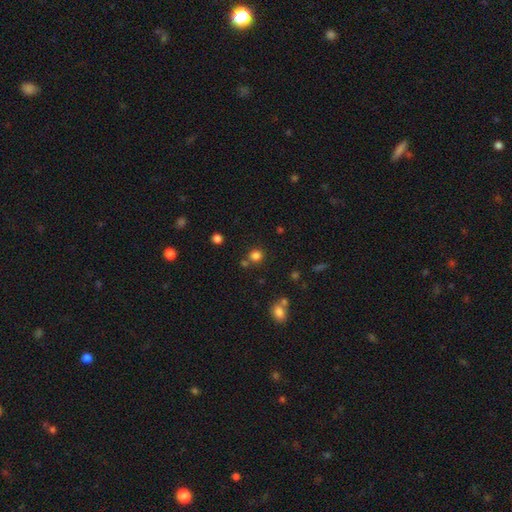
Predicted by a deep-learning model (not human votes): Smooth or featured?
  - smooth: 79% *
  - star or artifact: 16%
  - featured or disk: 5%
How rounded?
  - round: 90% *
  - in between: 9%
  - cigar-shaped: 1%
Merging?
  - none: 74% *
  - merger: 14%
  - minor disturbance: 8%
  - major disturbance: 3%